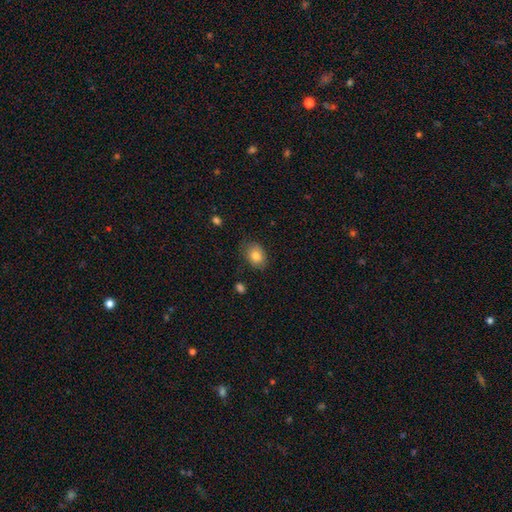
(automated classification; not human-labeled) This appears to be a smooth galaxy with no disk features (82%) that is in between round and cigar-shaped (73%). Merging: none (75%).